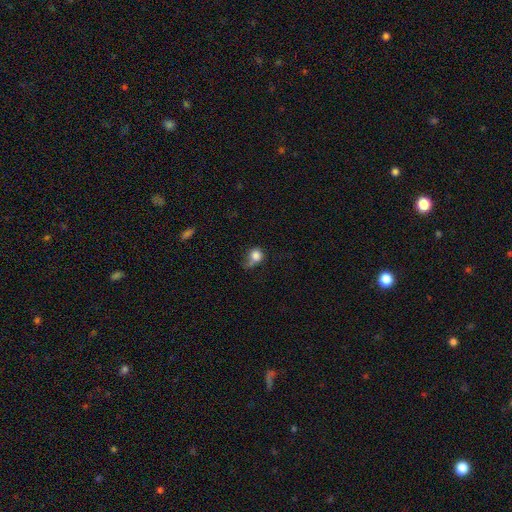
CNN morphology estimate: Q: Smooth or featured?
A: smooth (82%); runner-up: star or artifact (10%)
Q: How rounded?
A: round (72%); runner-up: in between (27%)
Q: Merging?
A: none (37%); runner-up: minor disturbance (34%)